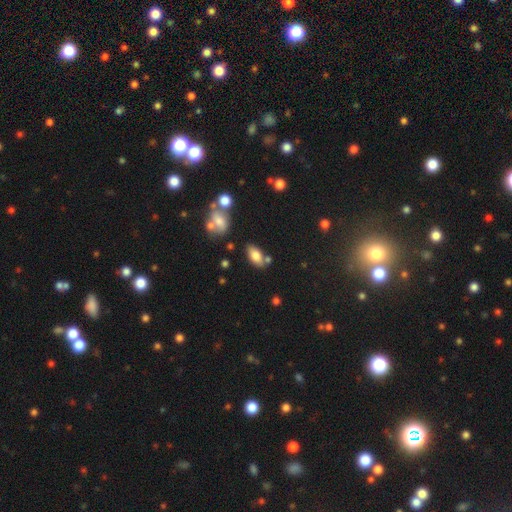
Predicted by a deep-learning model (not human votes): A smooth galaxy with no disk features (77%) that is in between round and cigar-shaped (88%).

Vote fractions:
- Smooth or featured? smooth: 77% / featured or disk: 15% / star or artifact: 9%
- How rounded? in between: 88% / cigar-shaped: 8% / round: 5%
- Merging? none: 71% / minor disturbance: 14% / merger: 11% / major disturbance: 4%